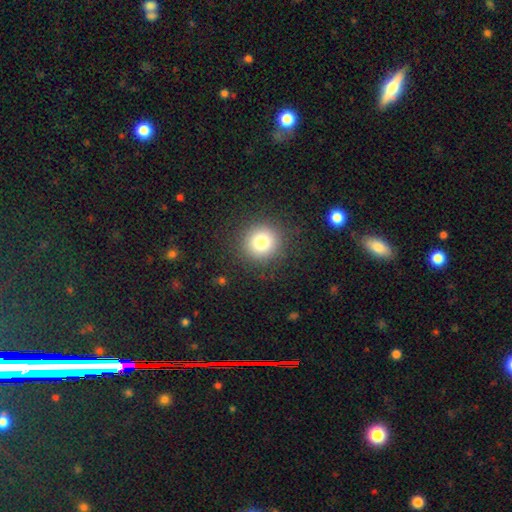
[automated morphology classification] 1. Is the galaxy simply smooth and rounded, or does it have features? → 76% smooth, 16% star or artifact, 7% featured or disk.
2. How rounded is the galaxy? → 92% round, 7% in between, 1% cigar-shaped.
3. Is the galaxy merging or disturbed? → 91% none, 5% minor disturbance, 2% major disturbance, 1% merger.